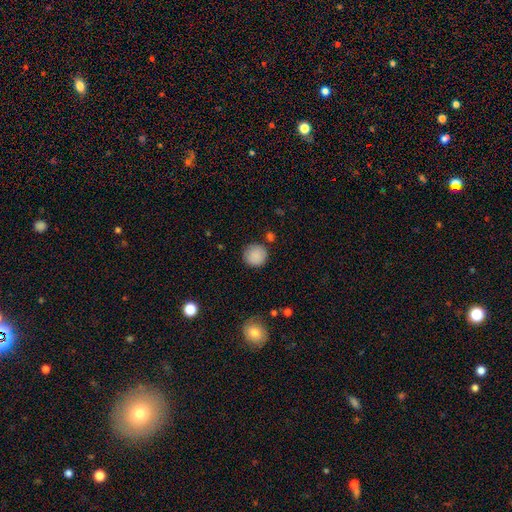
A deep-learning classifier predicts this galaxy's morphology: This appears to be a smooth galaxy with no disk features (87%) that is round (93%). Merging: none (83%).